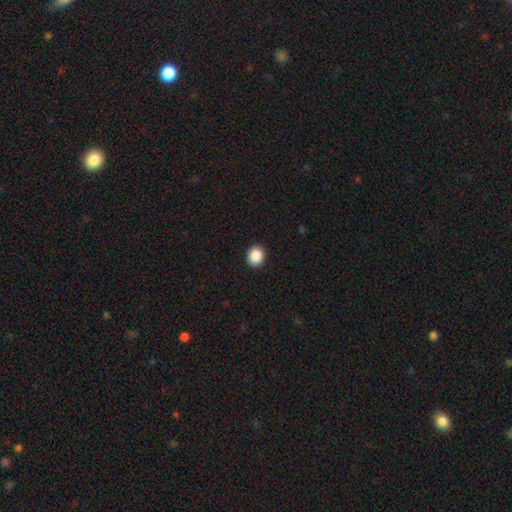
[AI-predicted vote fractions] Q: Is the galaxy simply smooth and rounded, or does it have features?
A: smooth — 88%.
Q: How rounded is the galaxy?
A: round — 70%.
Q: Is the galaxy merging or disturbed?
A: none — 92%.